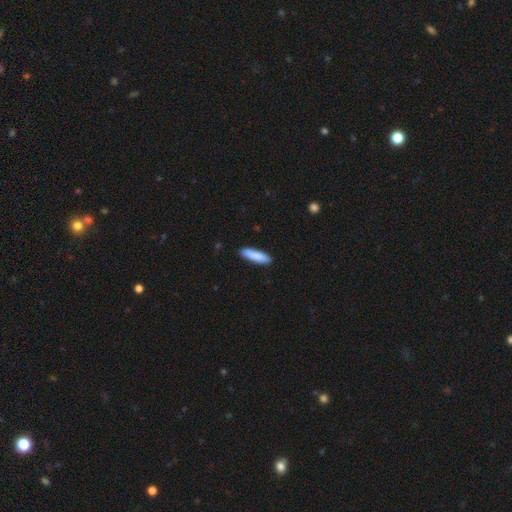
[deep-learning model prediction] Overall: smooth (87%). How rounded: cigar-shaped (69%; in between 29%). Merging: none (89%).